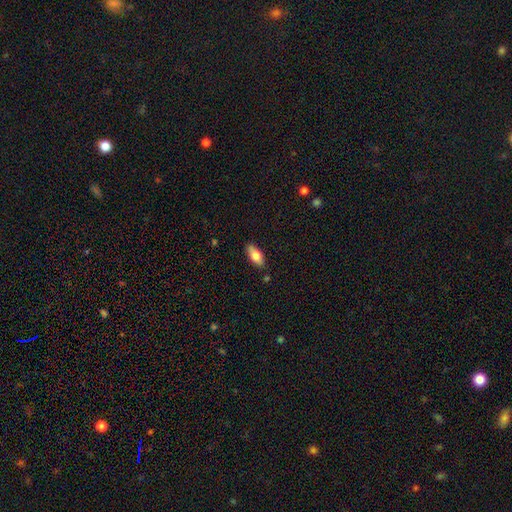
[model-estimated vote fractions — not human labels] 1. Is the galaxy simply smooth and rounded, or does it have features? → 76% smooth, 17% featured or disk, 7% star or artifact.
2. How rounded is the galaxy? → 85% in between, 13% cigar-shaped, 3% round.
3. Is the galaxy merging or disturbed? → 84% none, 11% minor disturbance, 2% merger, 2% major disturbance.